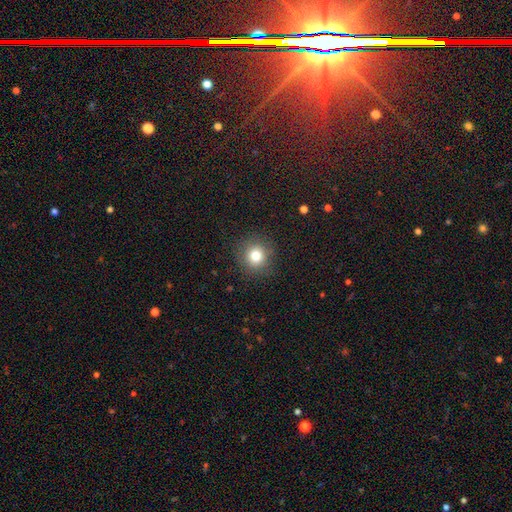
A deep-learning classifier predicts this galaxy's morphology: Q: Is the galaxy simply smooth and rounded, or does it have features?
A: smooth — 78%.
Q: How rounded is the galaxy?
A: round — 92%.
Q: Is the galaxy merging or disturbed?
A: none — 87%.